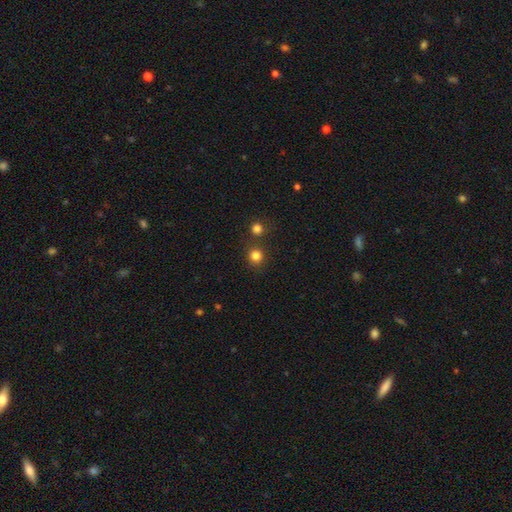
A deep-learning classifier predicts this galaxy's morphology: Overall: smooth (81%). How rounded: round (92%). Merging: none (81%).